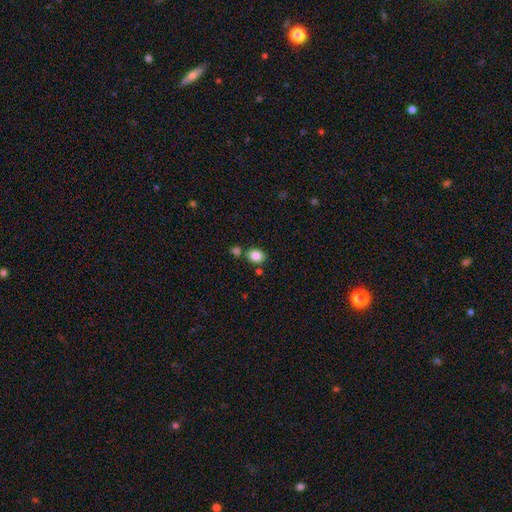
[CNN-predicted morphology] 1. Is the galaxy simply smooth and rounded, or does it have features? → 86% smooth, 9% star or artifact, 5% featured or disk.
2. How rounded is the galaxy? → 62% in between, 37% round, 1% cigar-shaped.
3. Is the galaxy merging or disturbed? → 73% none, 13% merger, 11% minor disturbance, 3% major disturbance.